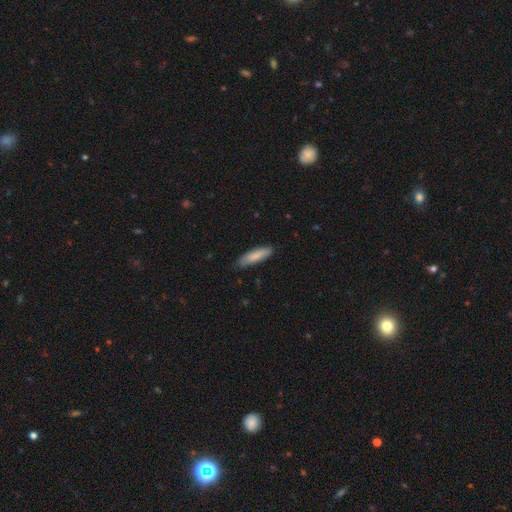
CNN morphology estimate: This appears to be a smooth galaxy with no disk features (82%) that is cigar-shaped (69%). Merging: none (80%).